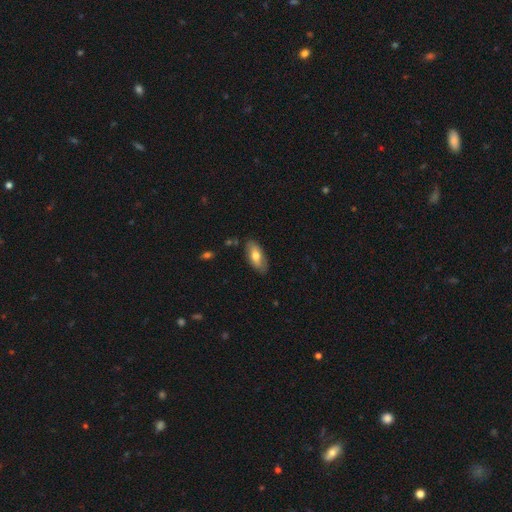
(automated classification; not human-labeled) This appears to be a smooth galaxy with no disk features (67%) that is in between round and cigar-shaped (86%). Merging: none (81%).